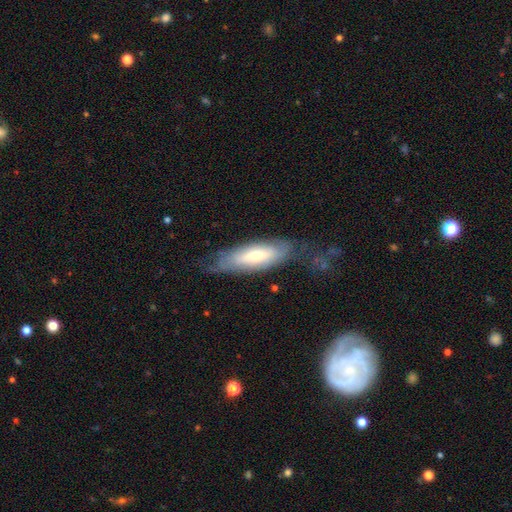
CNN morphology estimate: type=smooth (53%); roundness=in between (56%); merging=none (58%).